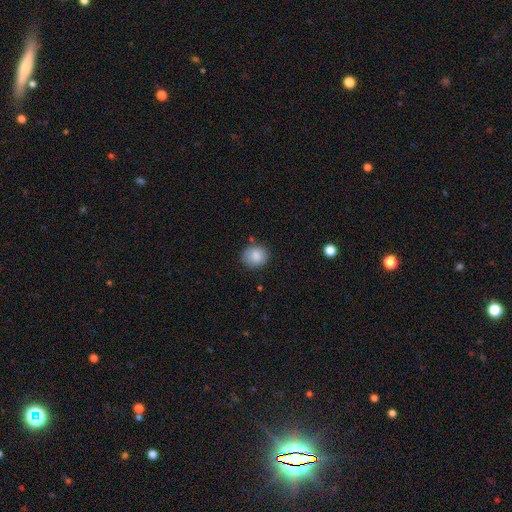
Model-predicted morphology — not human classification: smooth_or_featured: smooth (p=0.85) [alt: star or artifact p=0.09]
how_rounded: round (p=0.80) [alt: in between p=0.19]
merging: none (p=0.79) [alt: minor disturbance p=0.14]